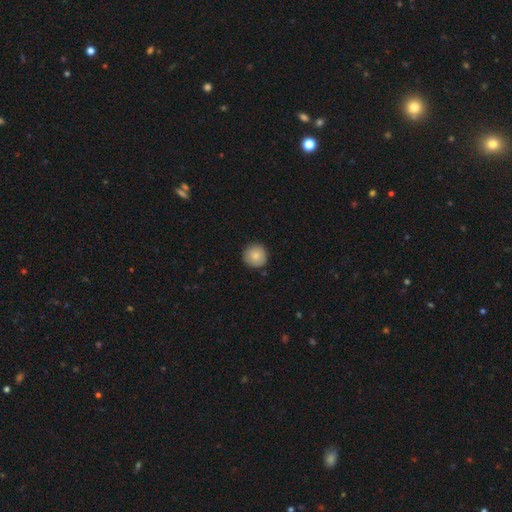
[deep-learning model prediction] A smooth galaxy with no disk features (83%) that is round (95%).

Vote fractions:
- Smooth or featured? smooth: 83% / featured or disk: 10% / star or artifact: 7%
- How rounded? round: 95% / in between: 4% / cigar-shaped: 1%
- Merging? none: 88% / minor disturbance: 10% / major disturbance: 2% / merger: 1%